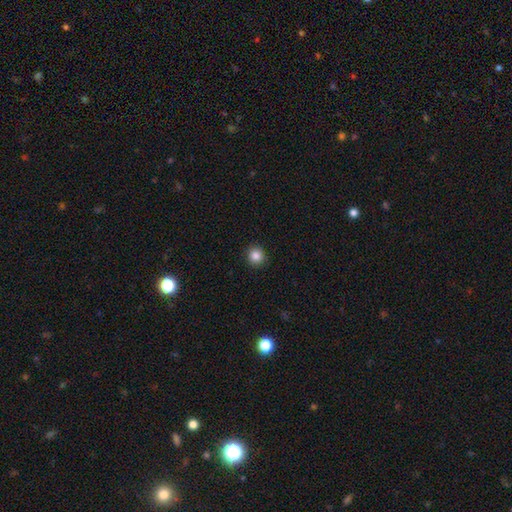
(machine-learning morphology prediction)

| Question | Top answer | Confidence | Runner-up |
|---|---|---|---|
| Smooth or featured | smooth | 85% | star or artifact (11%) |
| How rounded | round | 93% | in between (6%) |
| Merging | none | 92% | minor disturbance (5%) |